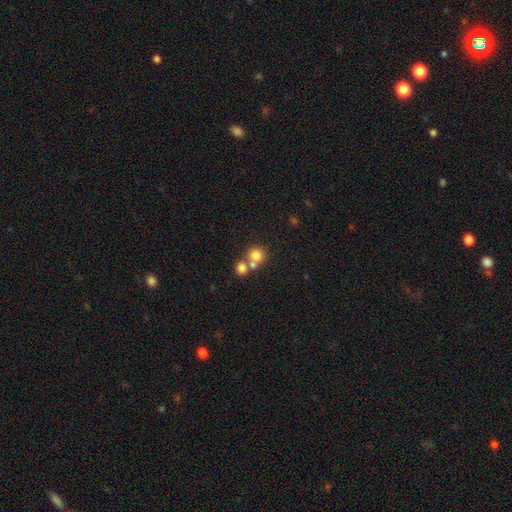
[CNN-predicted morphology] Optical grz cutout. It shows a smooth galaxy with no disk features (76%) that is round (87%). Merging: none (47%).